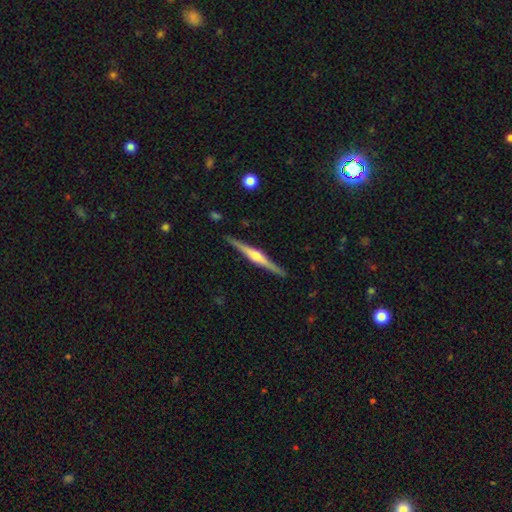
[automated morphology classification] smooth-or-featured: featured or disk: 79% | smooth: 16% | star or artifact: 5%
  disk-edge-on: yes: 98% | no: 2%
    edge-on-bulge: rounded: 81% | boxy: 13% | none: 6%
  merging: none: 90% | minor disturbance: 7% | major disturbance: 1% | merger: 1%